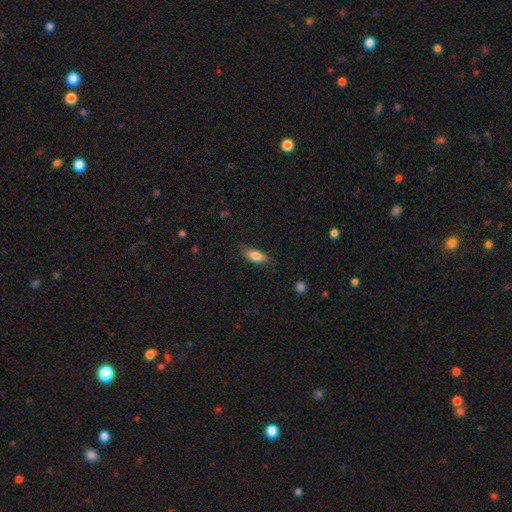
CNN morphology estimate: Smooth or featured? smooth (82%)
How rounded? in between (77%)
Merging? none (79%)